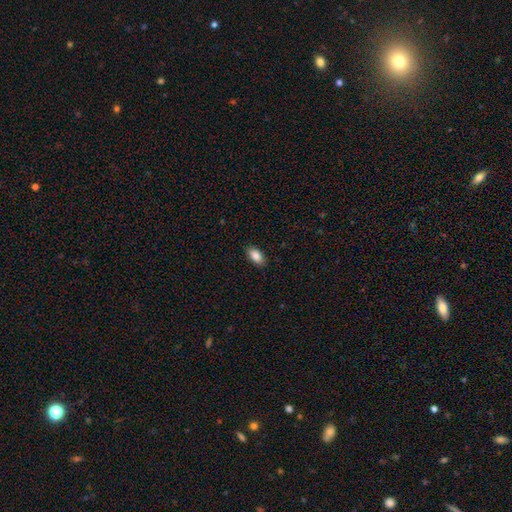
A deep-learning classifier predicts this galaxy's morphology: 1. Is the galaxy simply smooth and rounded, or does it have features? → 88% smooth, 7% star or artifact, 5% featured or disk.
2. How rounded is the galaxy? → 93% in between, 4% round, 3% cigar-shaped.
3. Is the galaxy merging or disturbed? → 89% none, 8% minor disturbance, 2% major disturbance, 1% merger.